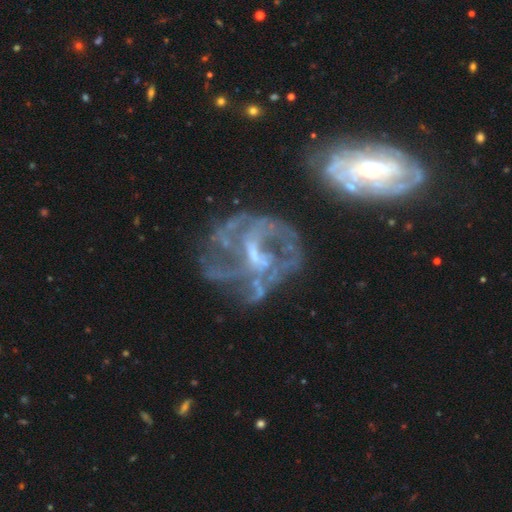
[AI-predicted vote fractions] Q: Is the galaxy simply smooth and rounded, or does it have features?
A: featured or disk — 79%.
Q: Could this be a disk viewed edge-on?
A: no — 97%.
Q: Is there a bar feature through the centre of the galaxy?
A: weak — 43%.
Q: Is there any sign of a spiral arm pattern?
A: yes — 63%.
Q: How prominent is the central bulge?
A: small — 39%.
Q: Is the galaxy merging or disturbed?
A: none — 44%.